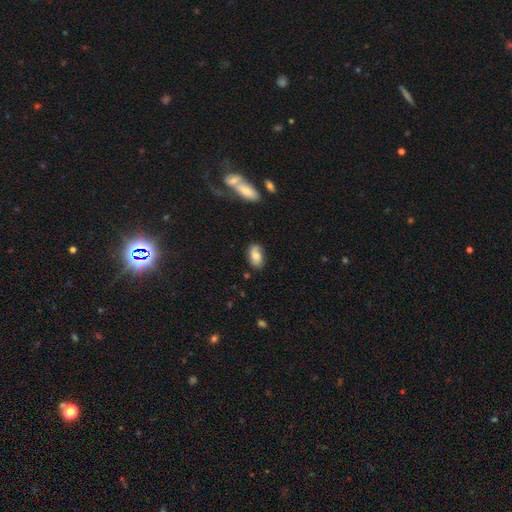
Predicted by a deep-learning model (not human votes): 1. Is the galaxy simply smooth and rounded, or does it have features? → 74% smooth, 18% featured or disk, 8% star or artifact.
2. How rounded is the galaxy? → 92% in between, 5% round, 3% cigar-shaped.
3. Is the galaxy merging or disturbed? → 71% none, 22% minor disturbance, 4% major disturbance, 3% merger.